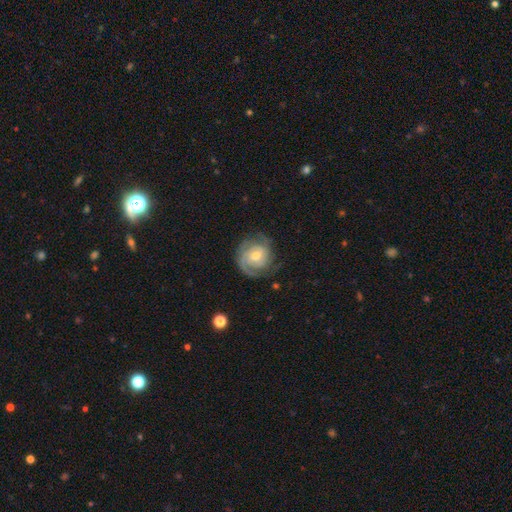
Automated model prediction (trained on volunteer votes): smooth-or-featured: featured or disk: 83% | smooth: 12% | star or artifact: 5%
  disk-edge-on: no: 98% | yes: 2%
    bar: no: 54% | weak: 39% | strong: 7%
    has-spiral-arms: yes: 96% | no: 4%
      spiral-winding: tight: 65% | medium: 28% | loose: 7%
      spiral-arm-count: 2: 45% | can't tell: 20% | 3: 19% | 1: 8% | 4: 5% | more than 4: 4%
    bulge-size: moderate: 58% | small: 35% | large: 4% | none: 2% | dominant: 1%
  merging: none: 74% | minor disturbance: 16% | major disturbance: 8% | merger: 1%